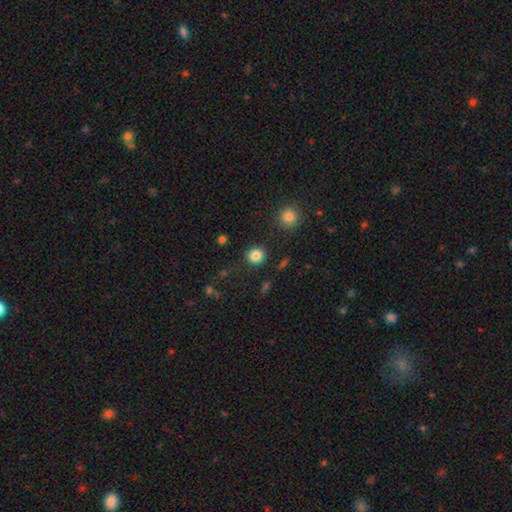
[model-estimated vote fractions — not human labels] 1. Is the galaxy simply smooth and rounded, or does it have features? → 85% smooth, 11% star or artifact, 4% featured or disk.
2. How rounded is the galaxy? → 90% round, 9% in between, 1% cigar-shaped.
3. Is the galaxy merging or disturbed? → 88% none, 7% minor disturbance, 3% major disturbance, 2% merger.